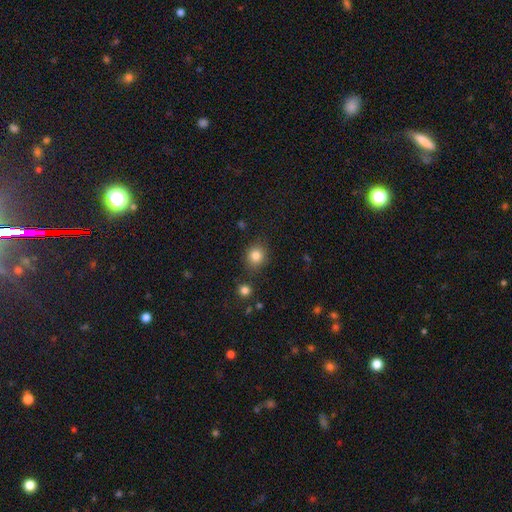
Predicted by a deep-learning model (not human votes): Smooth or featured?
  - smooth: 83% *
  - star or artifact: 12%
  - featured or disk: 6%
How rounded?
  - round: 80% *
  - in between: 19%
  - cigar-shaped: 1%
Merging?
  - none: 82% *
  - minor disturbance: 11%
  - merger: 4%
  - major disturbance: 3%